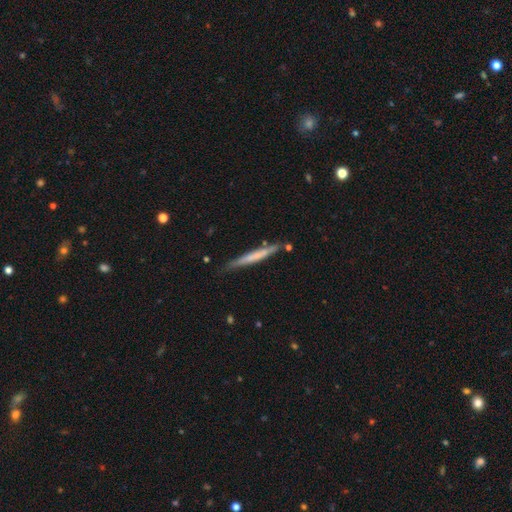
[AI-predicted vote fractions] Smooth or featured? Predicted: smooth (p=0.50). How rounded? Predicted: cigar-shaped (p=0.96). Merging? Predicted: none (p=0.75).